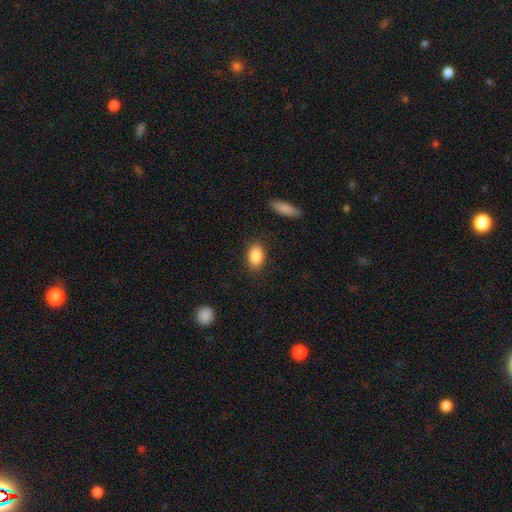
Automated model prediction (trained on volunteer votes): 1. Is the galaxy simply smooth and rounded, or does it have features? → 88% smooth, 7% star or artifact, 5% featured or disk.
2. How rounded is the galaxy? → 88% in between, 10% round, 2% cigar-shaped.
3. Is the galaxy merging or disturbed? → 85% none, 10% minor disturbance, 3% major disturbance, 2% merger.